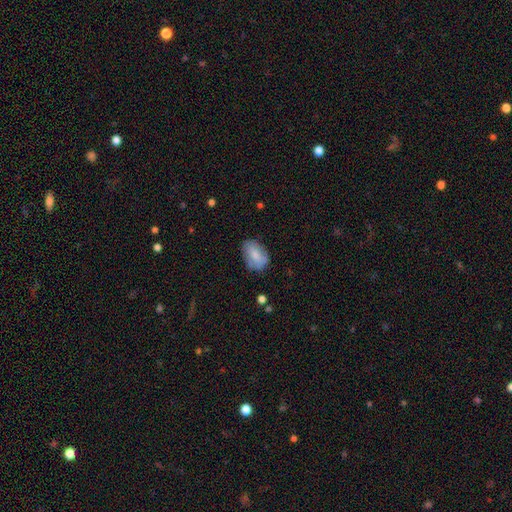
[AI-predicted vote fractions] Smooth or featured? Predicted: smooth (p=0.75). How rounded? Predicted: in between (p=0.87). Merging? Predicted: none (p=0.65).